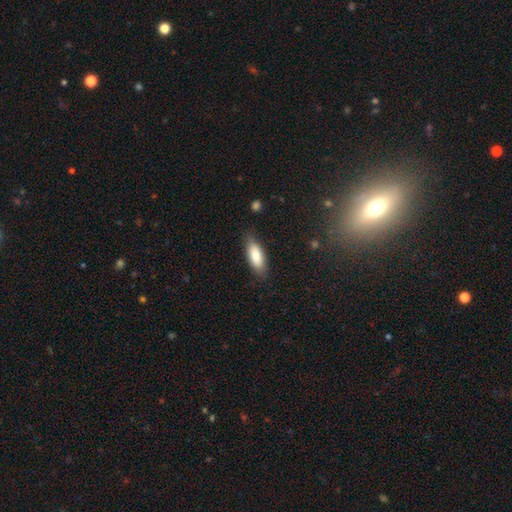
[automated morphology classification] The model was most divided on "how rounded": in between: 75%, cigar-shaped: 23%, round: 2%. More confident: merging — none (83%); smooth or featured — smooth (81%).